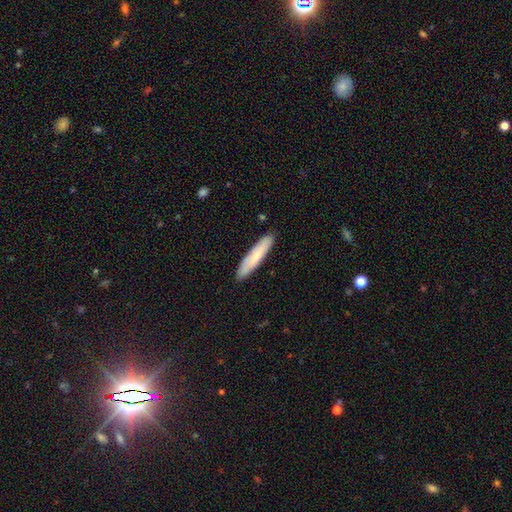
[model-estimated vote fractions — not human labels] Smooth or featured? Predicted: smooth (p=0.71). How rounded? Predicted: cigar-shaped (p=0.86). Merging? Predicted: none (p=0.89).